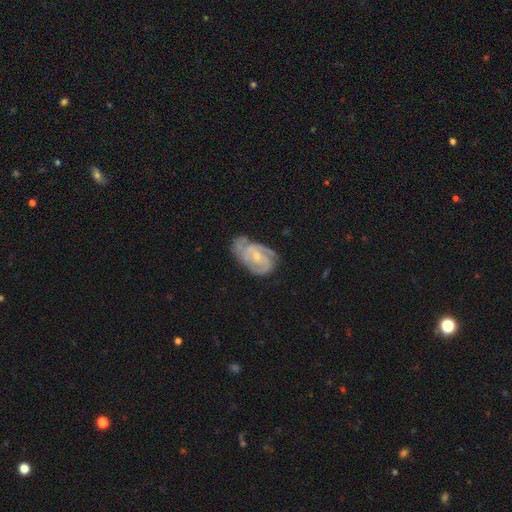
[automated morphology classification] featured or disk 82%, smooth 12%, star or artifact 6%. Down the decision tree: edge-on disk — no (97%); bar — no (53%); spiral arms — yes (94%); spiral arm count — 2 (42%); spiral winding — tight (57%); bulge size — small (64%); merging — none (49%).